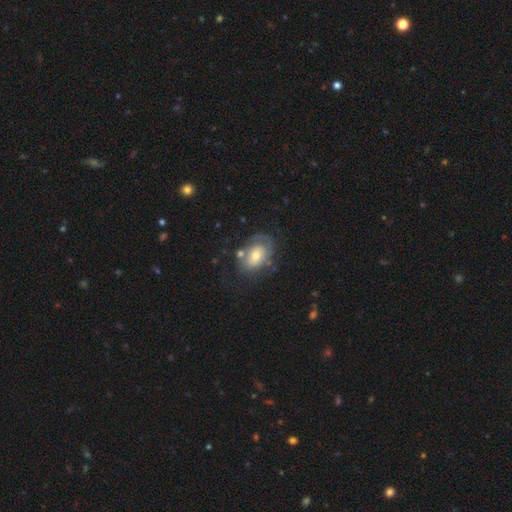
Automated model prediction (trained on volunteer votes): This appears to be a featured or disk galaxy (53%). Merging: none (54%).